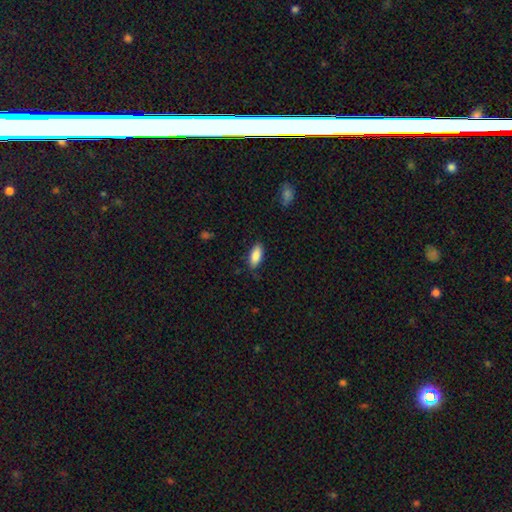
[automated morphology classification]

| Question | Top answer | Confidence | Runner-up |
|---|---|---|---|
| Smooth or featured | smooth | 88% | star or artifact (6%) |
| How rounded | in between | 86% | cigar-shaped (12%) |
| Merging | none | 80% | minor disturbance (16%) |